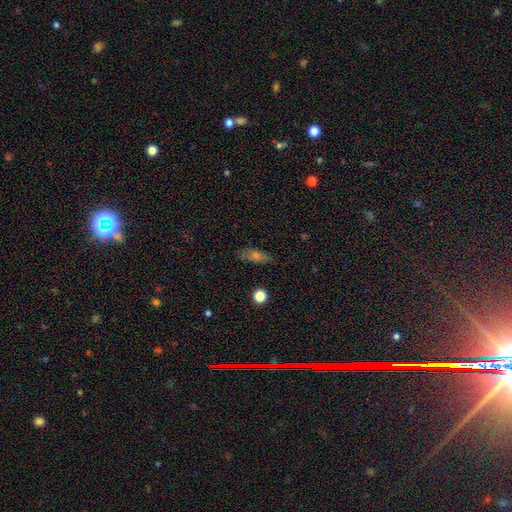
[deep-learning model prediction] Smooth or featured? smooth (56%)
How rounded? in between (60%)
Merging? none (81%)